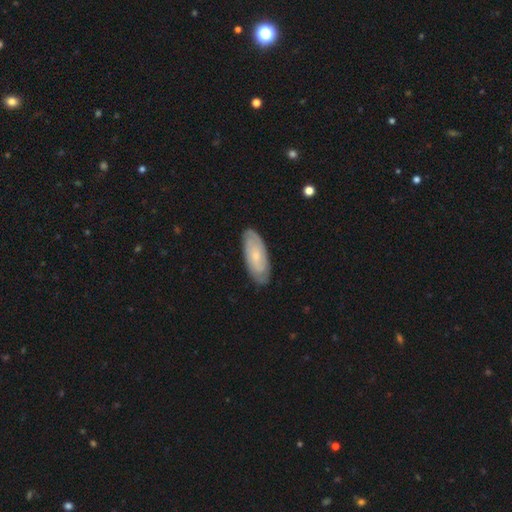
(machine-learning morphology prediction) Smooth or featured?
  - featured or disk: 51% *
  - smooth: 43%
  - star or artifact: 6%
Edge-on disk?
  - no: 87% *
  - yes: 13%
Merging?
  - none: 83% *
  - minor disturbance: 13%
  - major disturbance: 3%
  - merger: 1%